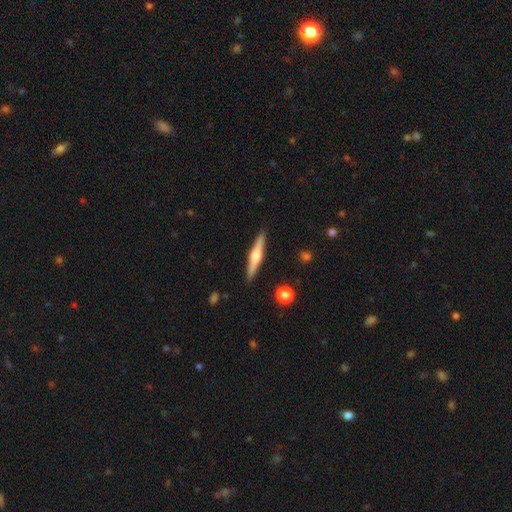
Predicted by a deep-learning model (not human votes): A featured or disk galaxy (66%) viewed edge-on (98%) with a rounded central bulge (87%). Merging: none (91%).